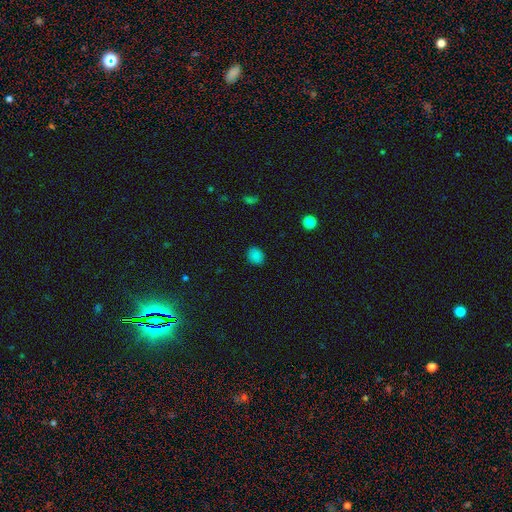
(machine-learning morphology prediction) Smooth or featured? smooth (83%)
How rounded? round (52%)
Merging? none (86%)